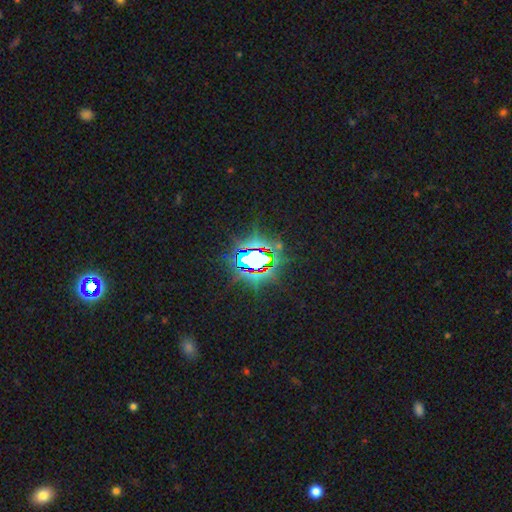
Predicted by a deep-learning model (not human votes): A star or artifact, not a galaxy (79%).